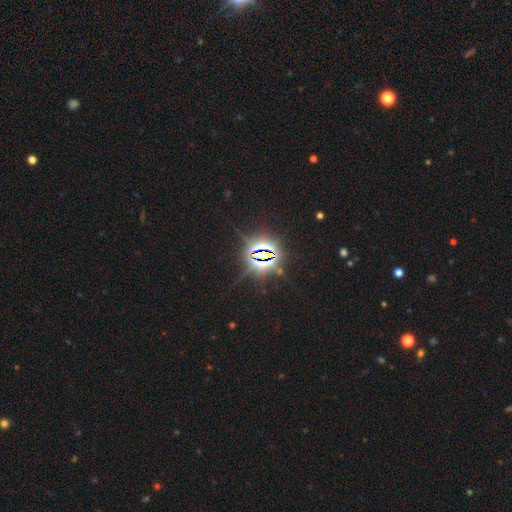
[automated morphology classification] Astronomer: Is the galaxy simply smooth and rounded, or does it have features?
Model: star or artifact — 85%.